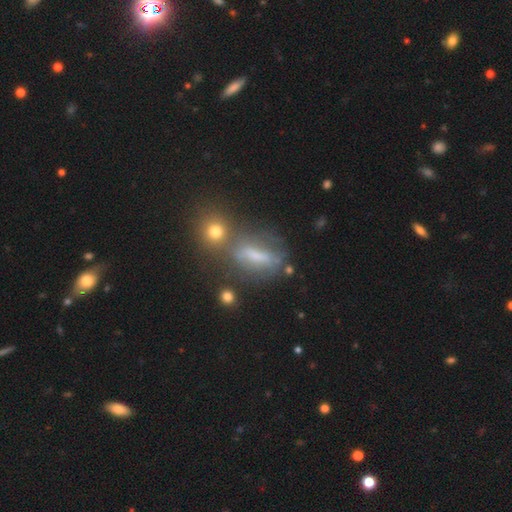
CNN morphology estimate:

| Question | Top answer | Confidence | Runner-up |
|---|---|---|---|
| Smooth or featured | featured or disk | 42% | smooth (41%) |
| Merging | none | 49% | minor disturbance (19%) |